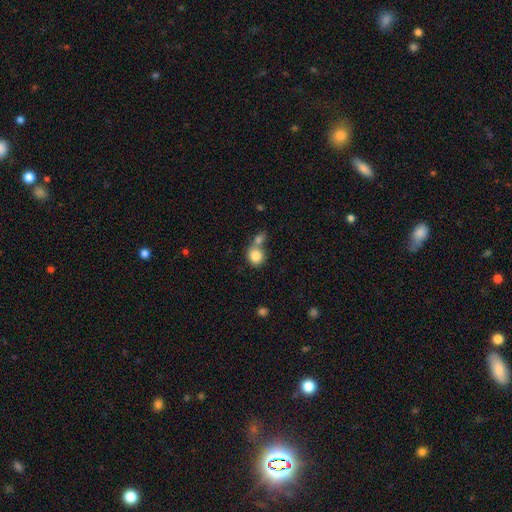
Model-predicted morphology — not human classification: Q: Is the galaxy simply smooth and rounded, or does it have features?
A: smooth — 82%.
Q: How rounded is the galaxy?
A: round — 81%.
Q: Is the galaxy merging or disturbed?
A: merger — 50%.